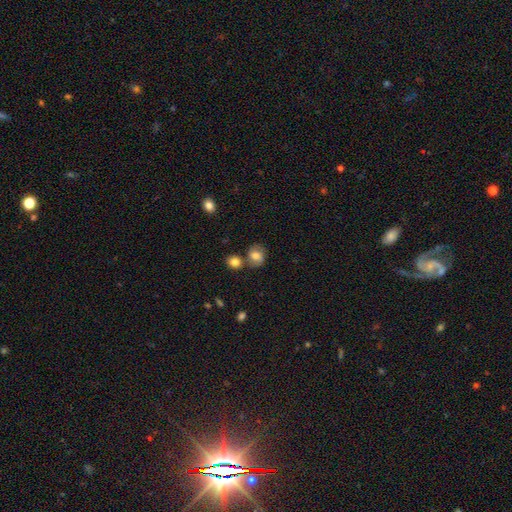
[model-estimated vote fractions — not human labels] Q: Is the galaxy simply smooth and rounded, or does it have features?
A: smooth — 73%.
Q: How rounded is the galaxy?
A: round — 69%.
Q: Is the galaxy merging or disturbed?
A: none — 64%.